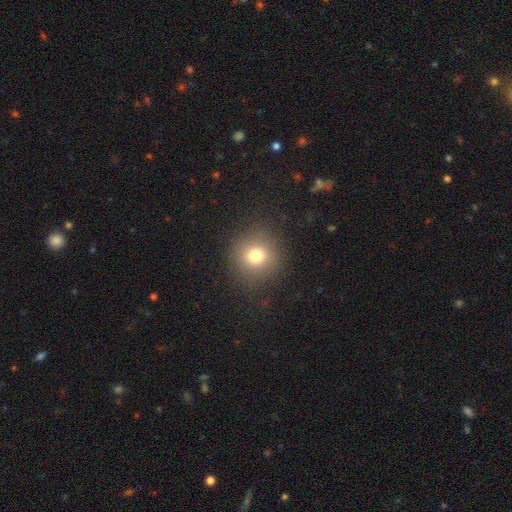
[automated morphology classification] smooth 77%, star or artifact 14%, featured or disk 9%. Down the decision tree: how rounded — round (91%); merging — none (88%).